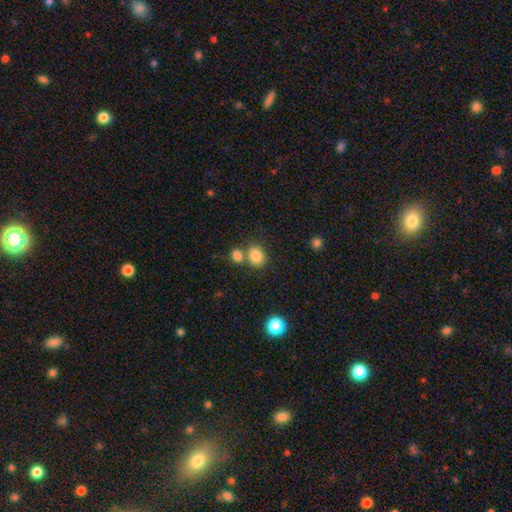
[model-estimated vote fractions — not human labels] Smooth or featured? Predicted: smooth (p=0.84). How rounded? Predicted: round (p=0.52). Merging? Predicted: none (p=0.54).